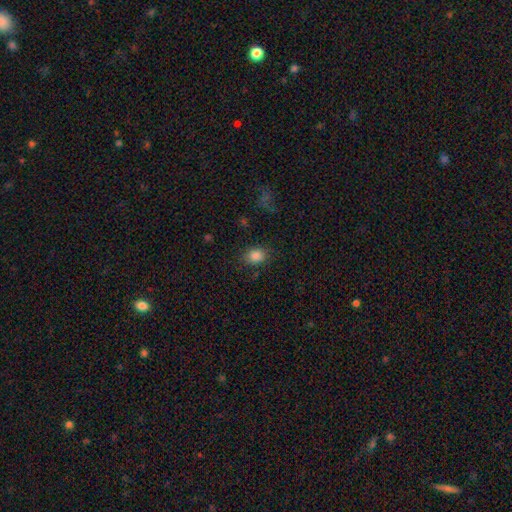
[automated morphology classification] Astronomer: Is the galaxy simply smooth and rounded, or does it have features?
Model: smooth — 85%.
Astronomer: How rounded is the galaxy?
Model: in between — 62%.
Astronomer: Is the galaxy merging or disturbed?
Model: none — 83%.